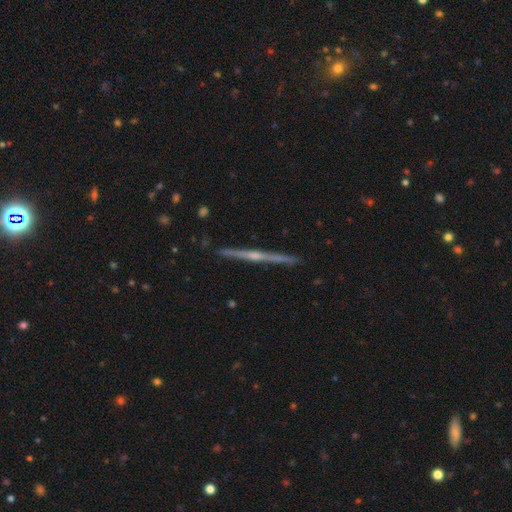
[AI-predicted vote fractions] Q: Smooth or featured?
A: featured or disk (83%); runner-up: smooth (12%)
Q: Edge-on disk?
A: yes (98%); runner-up: no (2%)
Q: Edge-on bulge?
A: rounded (76%); runner-up: none (18%)
Q: Merging?
A: none (91%); runner-up: minor disturbance (6%)